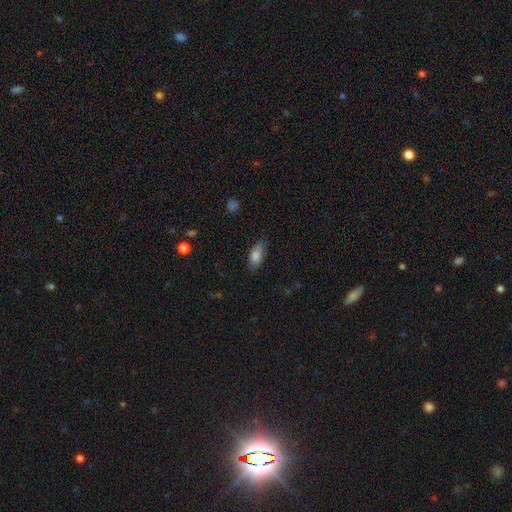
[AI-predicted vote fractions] smooth_or_featured: smooth (p=0.79) [alt: featured or disk p=0.14]
how_rounded: in between (p=0.84) [alt: cigar-shaped p=0.13]
merging: none (p=0.78) [alt: minor disturbance p=0.17]